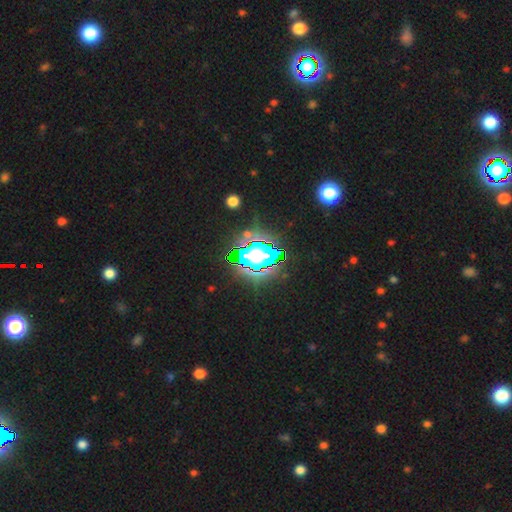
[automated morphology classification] type=star or artifact (65%).